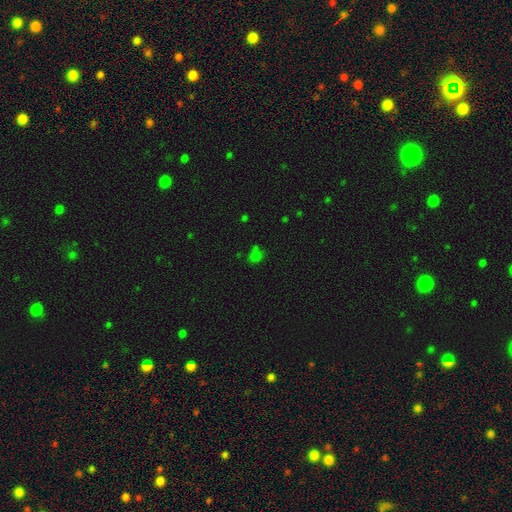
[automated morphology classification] Smooth or featured? smooth (62%)
How rounded? round (73%)
Merging? none (64%)